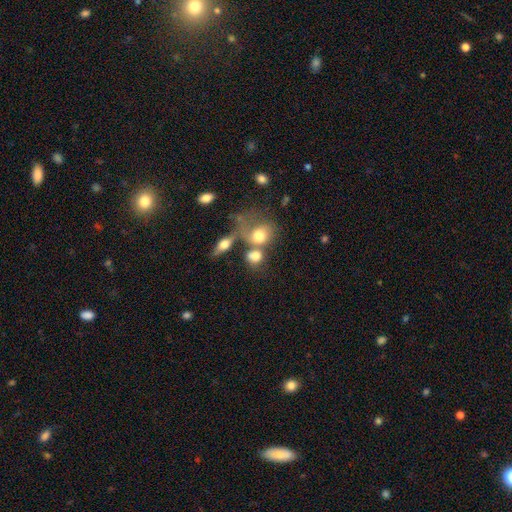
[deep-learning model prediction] Smooth or featured? smooth (71%)
How rounded? round (55%)
Merging? merger (49%)